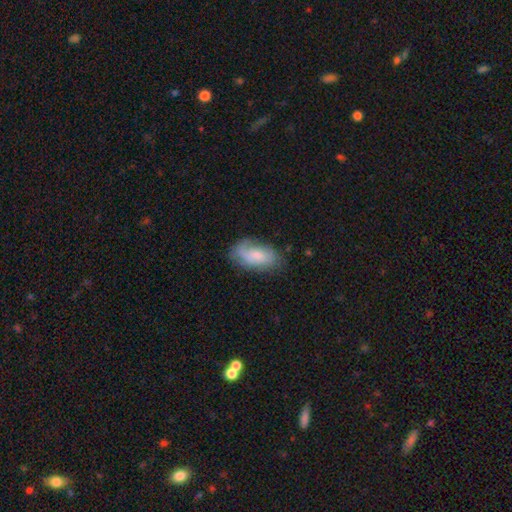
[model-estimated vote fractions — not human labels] smooth 55%, featured or disk 38%, star or artifact 8%. Down the decision tree: how rounded — in between (92%); merging — none (61%).